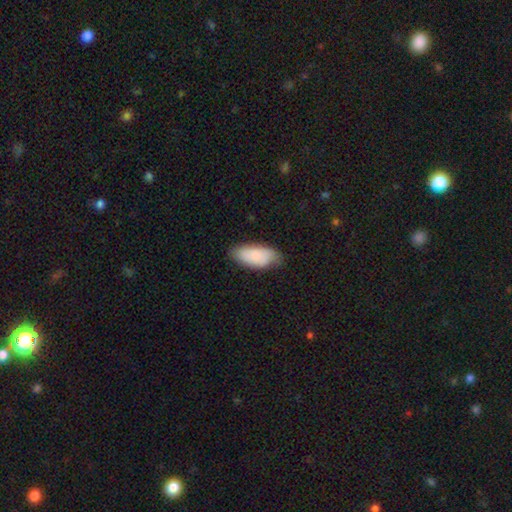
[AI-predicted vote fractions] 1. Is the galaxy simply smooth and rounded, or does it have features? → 80% smooth, 14% featured or disk, 6% star or artifact.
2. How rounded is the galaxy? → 89% in between, 9% cigar-shaped, 2% round.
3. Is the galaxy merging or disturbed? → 67% none, 26% minor disturbance, 5% major disturbance, 2% merger.